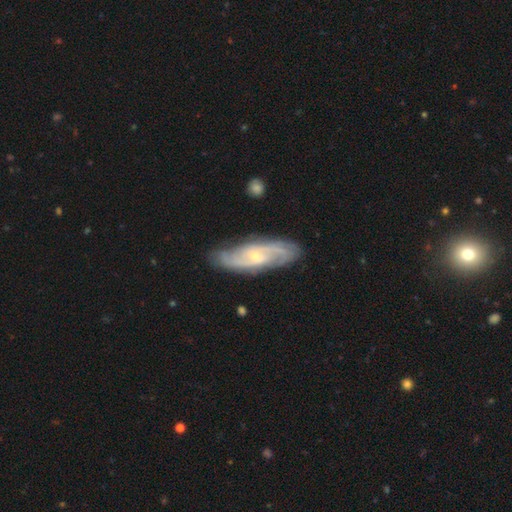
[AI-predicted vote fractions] Morphology: type=featured or disk (83%); edge-on=no (89%); bar=no (54%); spiral arms=yes (96%); winding=medium (43%); arm count=2 (54%); bulge=small (73%); merging=none (80%).